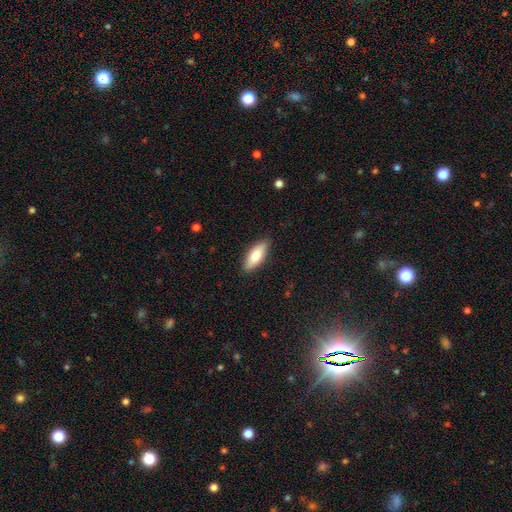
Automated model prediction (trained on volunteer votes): Smooth or featured? Predicted: smooth (p=0.77). How rounded? Predicted: in between (p=0.72). Merging? Predicted: none (p=0.88).